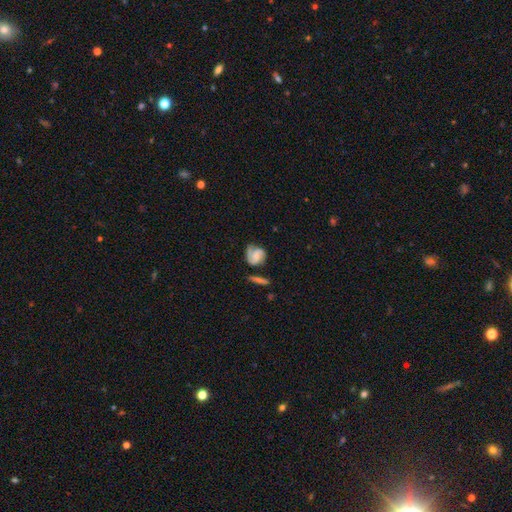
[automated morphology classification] A featured or disk galaxy (64%) with no bar (58%), 2 (68%) medium (44%) spiral arms (91%) and a small central bulge (45%). Merging: none (54%).